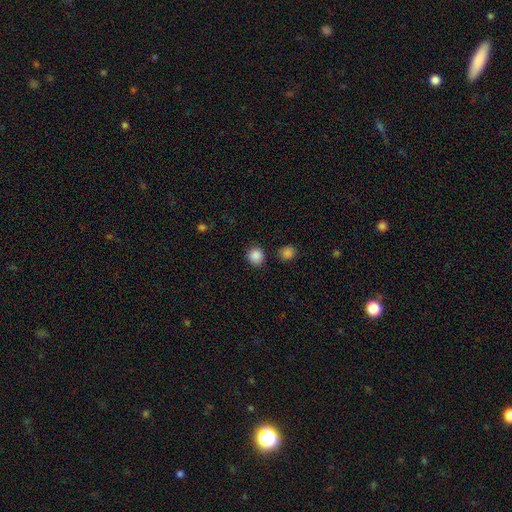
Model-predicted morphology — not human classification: Smooth or featured? Predicted: smooth (p=0.87). How rounded? Predicted: round (p=0.91). Merging? Predicted: none (p=0.87).